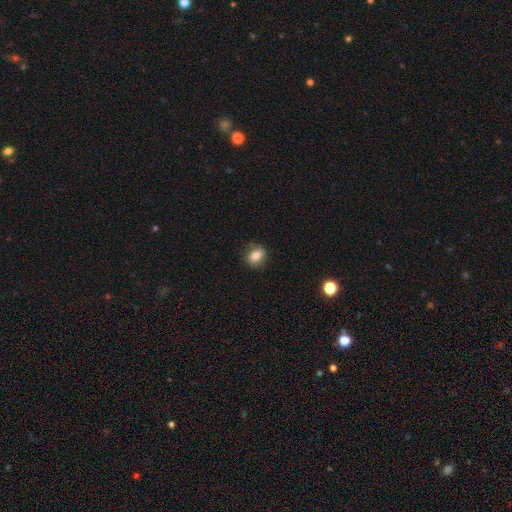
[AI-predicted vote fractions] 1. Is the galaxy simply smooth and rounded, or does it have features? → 78% smooth, 13% featured or disk, 9% star or artifact.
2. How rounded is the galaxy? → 54% in between, 44% round, 2% cigar-shaped.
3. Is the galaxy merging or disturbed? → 85% none, 12% minor disturbance, 3% major disturbance, 1% merger.